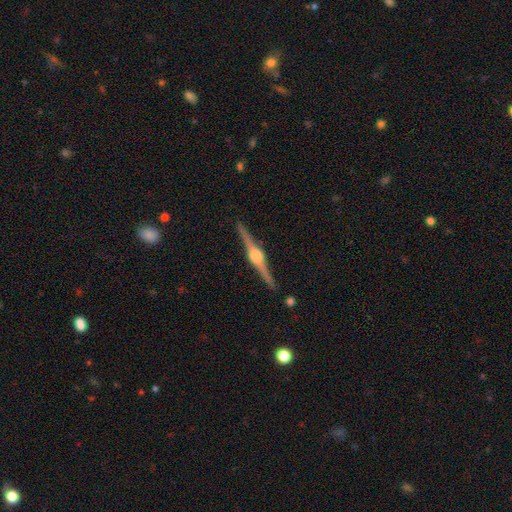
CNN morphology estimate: Smooth or featured: featured or disk — 90% (smooth — 5%)
Edge-on disk: yes — 99% (no — 1%)
Edge-on bulge: rounded — 90% (boxy — 8%)
Merging: none — 91% (minor disturbance — 6%)